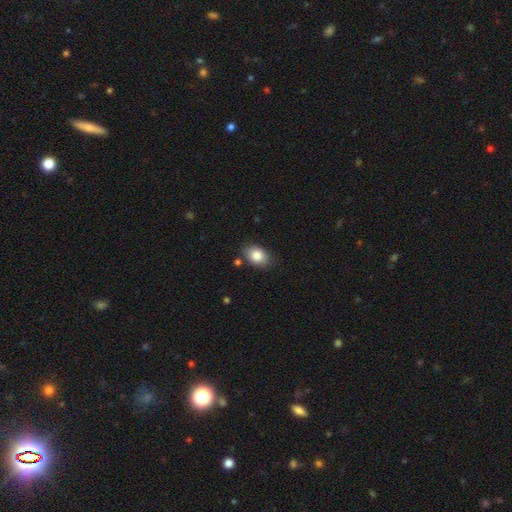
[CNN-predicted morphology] This is clearly a smooth galaxy (84%). How rounded: likely in between (80%). Merging: clearly none (82%).